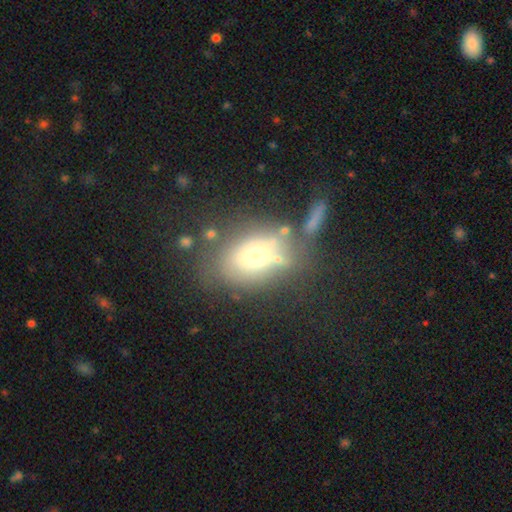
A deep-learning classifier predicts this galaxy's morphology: This is likely a smooth galaxy (64%). How rounded: likely in between (69%). Merging: possibly none (54%).